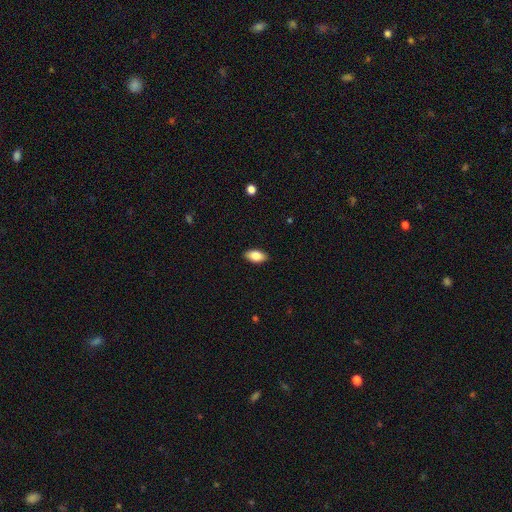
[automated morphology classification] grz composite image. It shows a smooth galaxy with no disk features (86%) that is in between round and cigar-shaped (92%). Merging: none (88%).